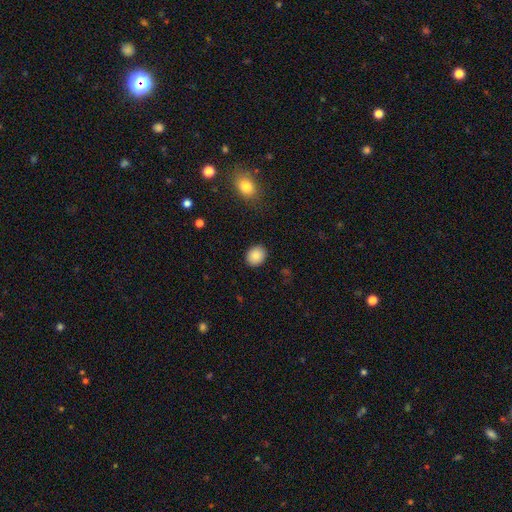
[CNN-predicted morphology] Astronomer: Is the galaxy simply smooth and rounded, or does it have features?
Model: smooth — 86%.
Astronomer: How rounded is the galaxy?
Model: round — 60% (runner-up: in between, 39%).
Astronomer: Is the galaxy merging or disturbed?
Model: none — 89%.